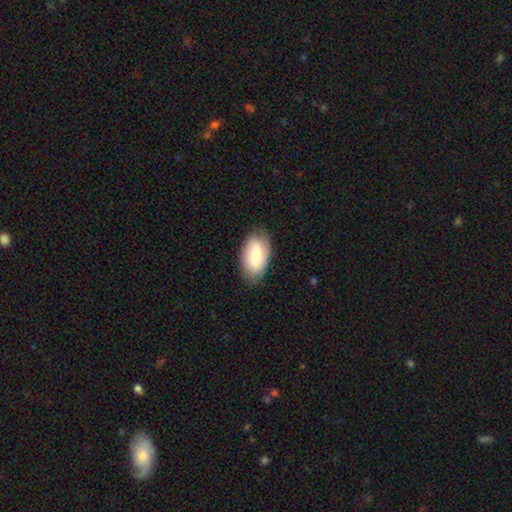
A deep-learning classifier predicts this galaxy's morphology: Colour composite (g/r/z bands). It shows a smooth galaxy with no disk features (72%) that is in between round and cigar-shaped (94%). Merging: none (81%).